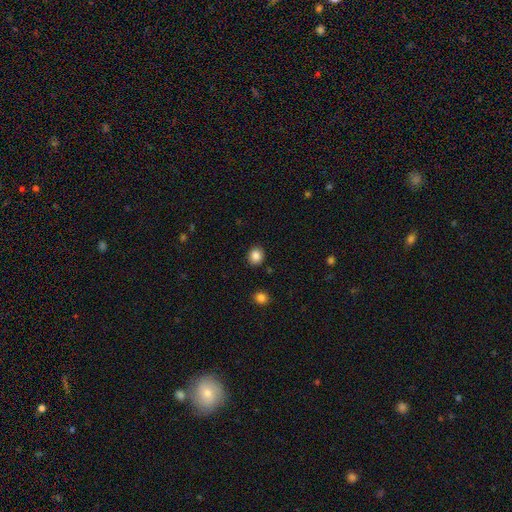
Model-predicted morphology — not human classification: The model was most divided on "how rounded": round: 80%, in between: 19%, cigar-shaped: 1%. More confident: merging — none (89%); smooth or featured — smooth (86%).